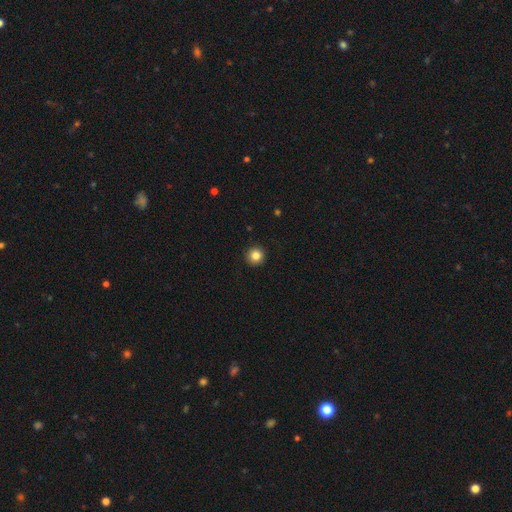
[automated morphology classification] A smooth galaxy with no disk features (84%) that is round (96%). Merging: none (93%).